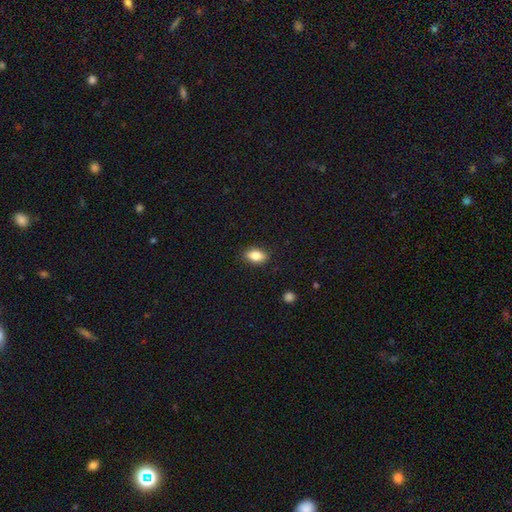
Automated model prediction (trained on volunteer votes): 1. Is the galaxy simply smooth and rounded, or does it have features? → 84% smooth, 8% star or artifact, 7% featured or disk.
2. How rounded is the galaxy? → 87% in between, 10% round, 3% cigar-shaped.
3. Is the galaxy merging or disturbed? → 88% none, 9% minor disturbance, 2% major disturbance, 1% merger.